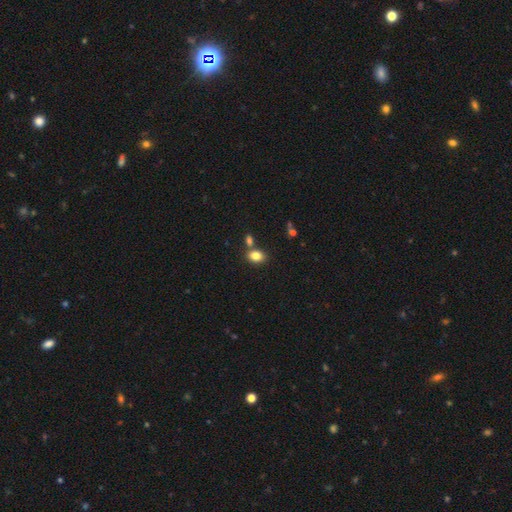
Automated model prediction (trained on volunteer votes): A smooth galaxy with no disk features (83%) that is in between round and cigar-shaped (73%).

Vote fractions:
- Smooth or featured? smooth: 83% / star or artifact: 10% / featured or disk: 7%
- How rounded? in between: 73% / round: 25% / cigar-shaped: 1%
- Merging? none: 65% / merger: 21% / minor disturbance: 11% / major disturbance: 3%